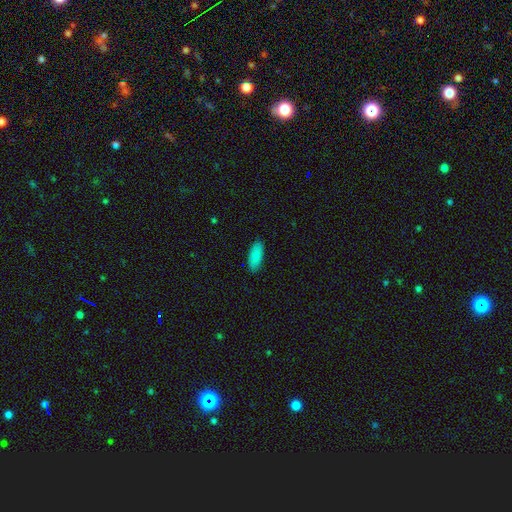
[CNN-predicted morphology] The model was most divided on "how rounded": in between: 78%, cigar-shaped: 21%, round: 2%. More confident: smooth or featured — smooth (89%); merging — none (88%).